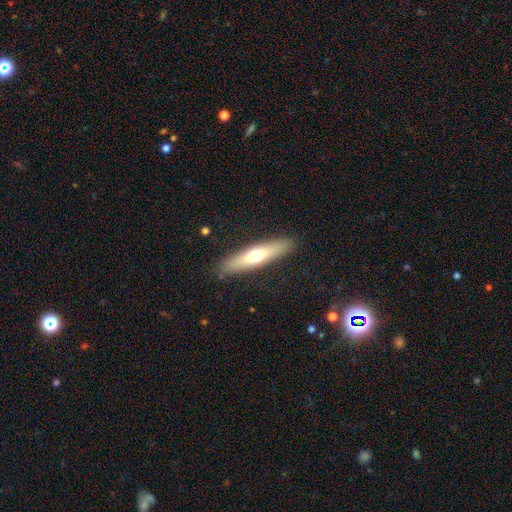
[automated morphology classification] This appears to be a smooth galaxy with no disk features (54%) that is cigar-shaped (79%). Merging: none (87%).